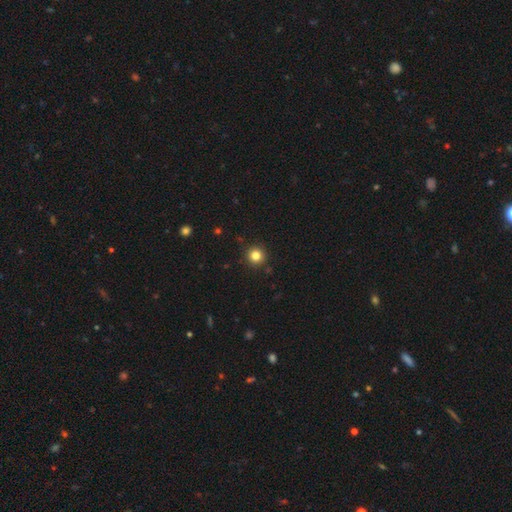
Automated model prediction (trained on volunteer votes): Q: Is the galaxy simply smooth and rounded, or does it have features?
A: smooth — 83%.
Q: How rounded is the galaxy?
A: round — 95%.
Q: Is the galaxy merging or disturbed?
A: none — 91%.